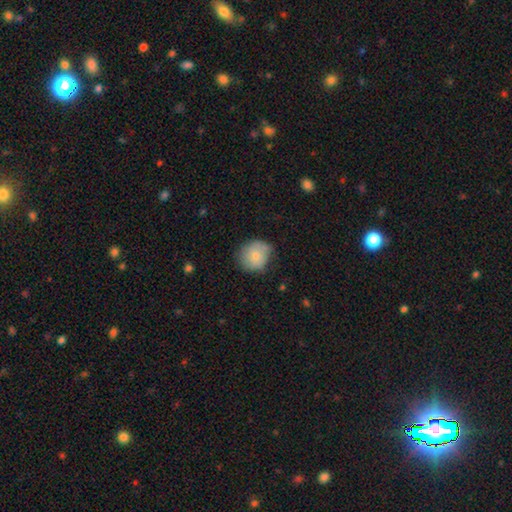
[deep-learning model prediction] smooth_or_featured: smooth (p=0.77) [alt: featured or disk p=0.16]
how_rounded: round (p=0.82) [alt: in between p=0.17]
merging: none (p=0.57) [alt: minor disturbance p=0.33]